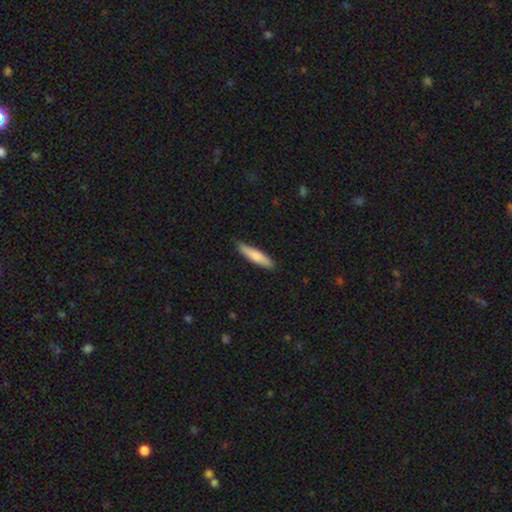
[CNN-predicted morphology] type=smooth (76%); roundness=cigar-shaped (83%); merging=none (87%).